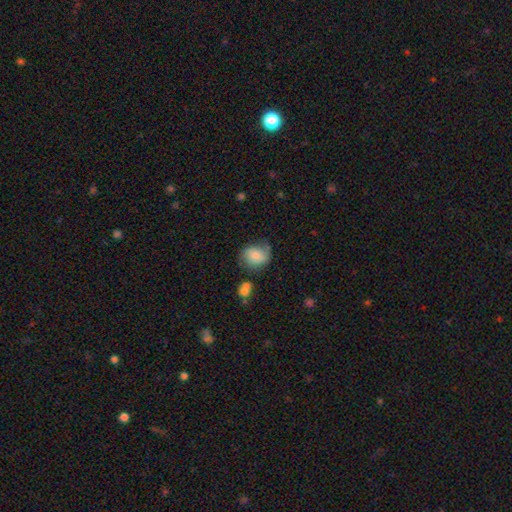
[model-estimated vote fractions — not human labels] The model was most divided on "how rounded": round: 53%, in between: 46%, cigar-shaped: 1%. More confident: smooth or featured — smooth (71%); merging — none (53%).